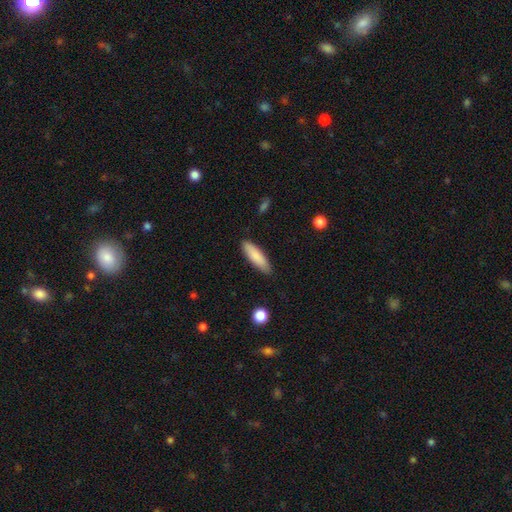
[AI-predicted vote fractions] This is clearly a smooth galaxy (85%). How rounded: likely cigar-shaped (61%). Merging: clearly none (86%).